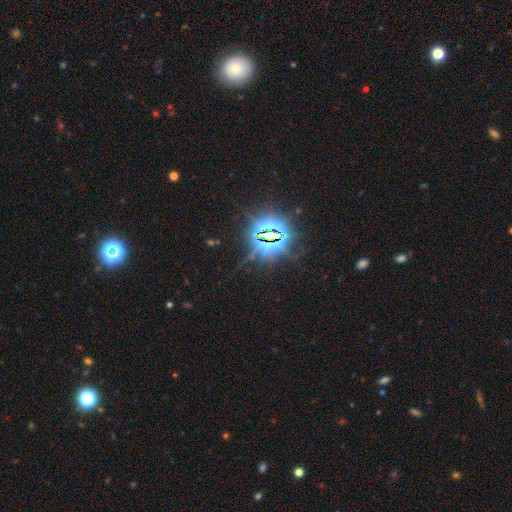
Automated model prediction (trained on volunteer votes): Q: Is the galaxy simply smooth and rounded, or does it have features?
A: star or artifact — 86%.